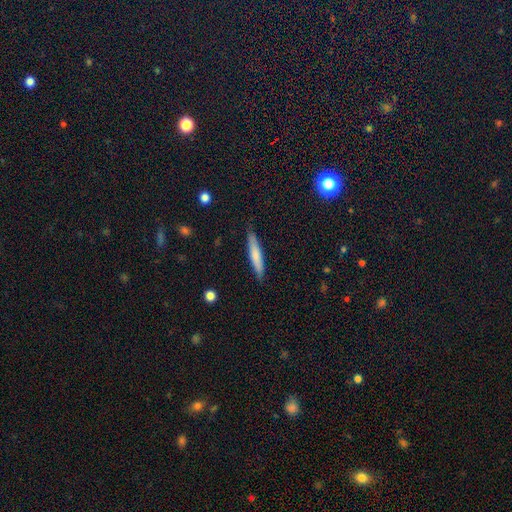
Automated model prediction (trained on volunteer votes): A smooth galaxy with no disk features (70%) that is cigar-shaped (91%). Merging: none (86%).